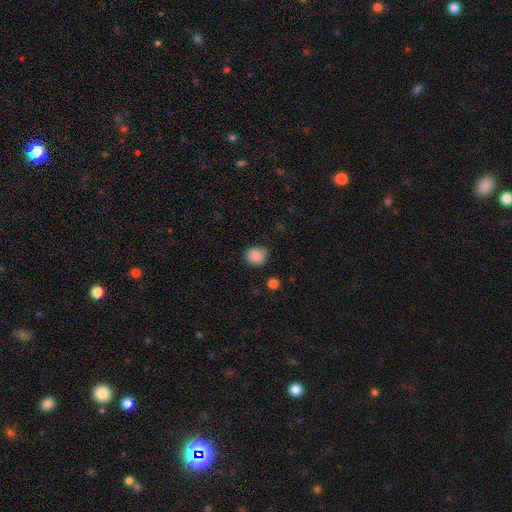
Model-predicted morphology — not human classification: smooth 85%, star or artifact 9%, featured or disk 6%. Down the decision tree: how rounded — round (83%); merging — none (79%).